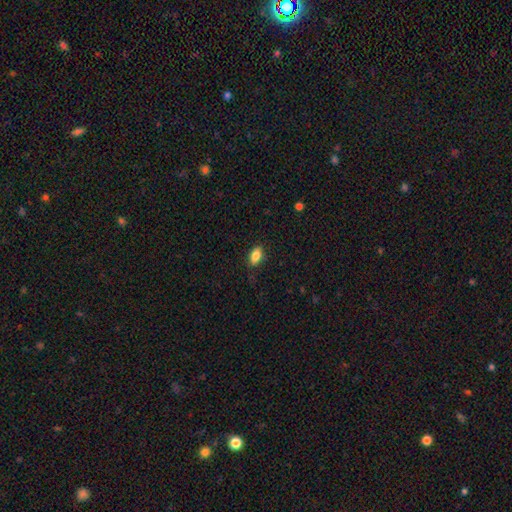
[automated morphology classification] Q: Smooth or featured?
A: smooth (84%); runner-up: star or artifact (8%)
Q: How rounded?
A: in between (88%); runner-up: round (7%)
Q: Merging?
A: none (85%); runner-up: minor disturbance (12%)